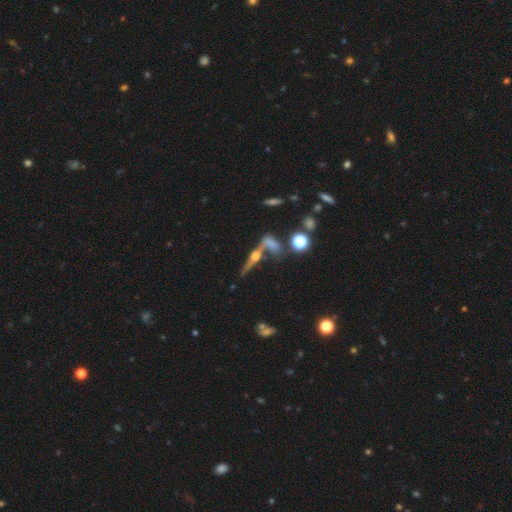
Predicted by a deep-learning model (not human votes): Smooth or featured?
  - featured or disk: 67% *
  - smooth: 19%
  - star or artifact: 14%
Edge-on disk?
  - yes: 89% *
  - no: 11%
Edge-on bulge?
  - rounded: 92% *
  - boxy: 5%
  - none: 3%
Merging?
  - none: 57% *
  - merger: 25%
  - minor disturbance: 12%
  - major disturbance: 7%